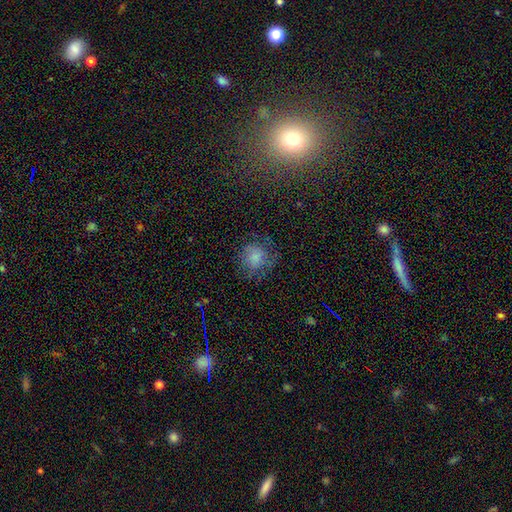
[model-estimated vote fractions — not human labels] Overall: smooth (51%; featured or disk 25%). How rounded: round (83%). Merging: none (70%).